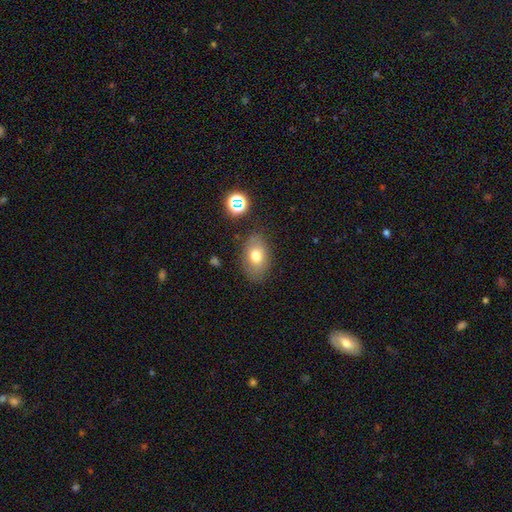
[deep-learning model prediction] smooth-or-featured: smooth: 72% | featured or disk: 17% | star or artifact: 11%
  how-rounded: in between: 83% | round: 15% | cigar-shaped: 1%
  merging: none: 80% | minor disturbance: 14% | major disturbance: 4% | merger: 3%